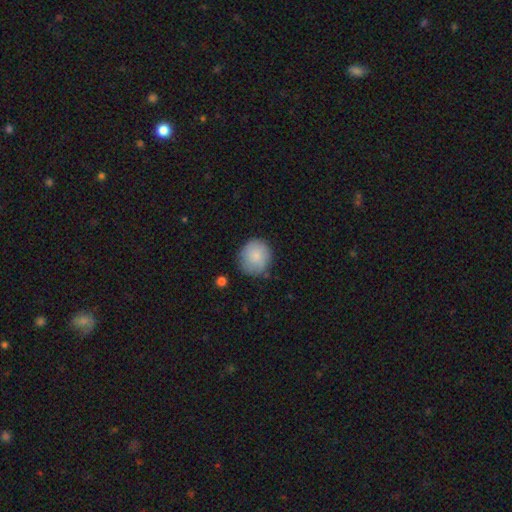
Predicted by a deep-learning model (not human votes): This appears to be a smooth galaxy with no disk features (83%) that is round (89%). Merging: none (80%).